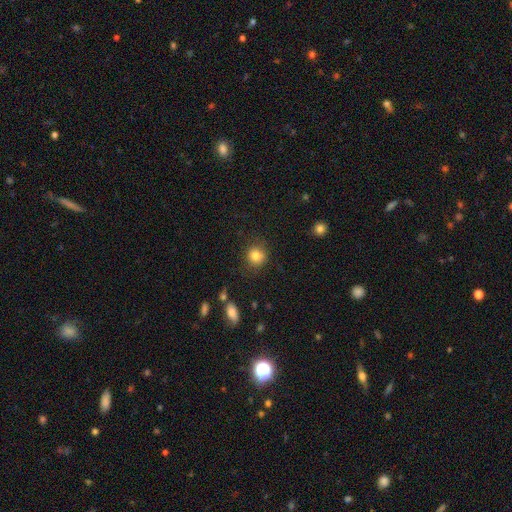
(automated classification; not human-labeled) Smooth or featured: smooth — 83% (star or artifact — 11%)
How rounded: round — 86% (in between — 13%)
Merging: none — 81% (minor disturbance — 13%)